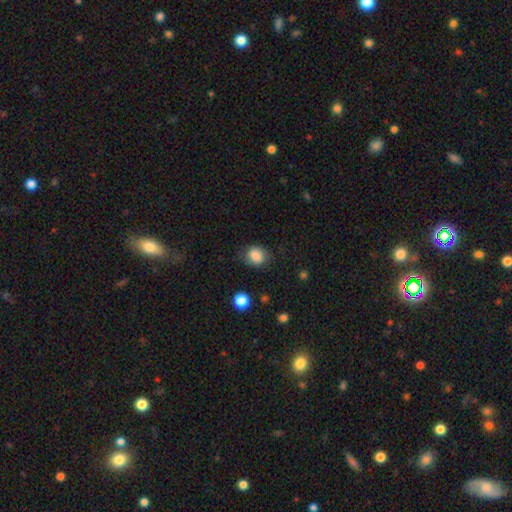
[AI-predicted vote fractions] smooth_or_featured: smooth (p=0.84) [alt: star or artifact p=0.09]
how_rounded: round (p=0.55) [alt: in between p=0.44]
merging: none (p=0.73) [alt: minor disturbance p=0.19]